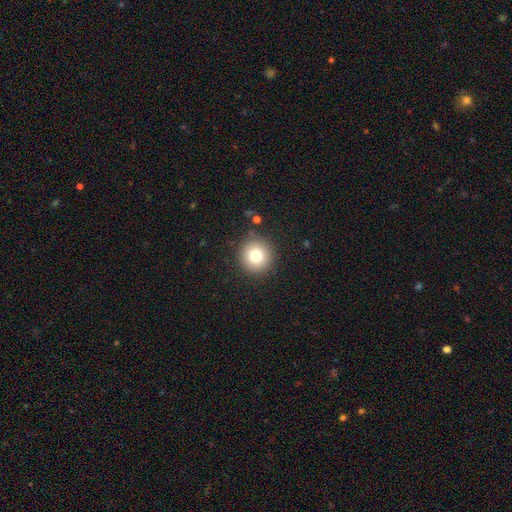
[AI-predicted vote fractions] A smooth galaxy with no disk features (79%) that is round (93%).

Vote fractions:
- Smooth or featured? smooth: 79% / star or artifact: 11% / featured or disk: 10%
- How rounded? round: 93% / in between: 6% / cigar-shaped: 1%
- Merging? none: 88% / minor disturbance: 7% / major disturbance: 3% / merger: 2%